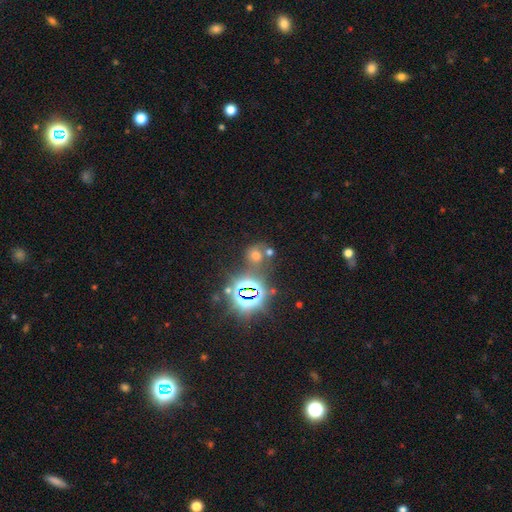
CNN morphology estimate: smooth 45%, star or artifact 44%, featured or disk 11%. Down the decision tree: merging — none (55%).